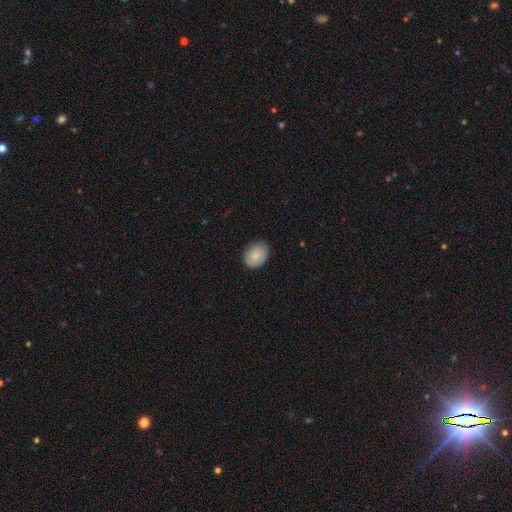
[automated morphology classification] Q: Smooth or featured?
A: smooth (83%); runner-up: featured or disk (10%)
Q: How rounded?
A: in between (69%); runner-up: round (30%)
Q: Merging?
A: none (81%); runner-up: minor disturbance (16%)